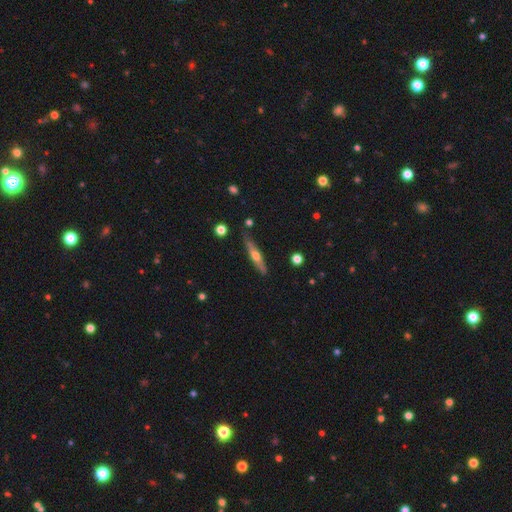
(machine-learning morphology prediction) type=featured or disk (52%); edge-on=yes (91%); merging=none (79%).